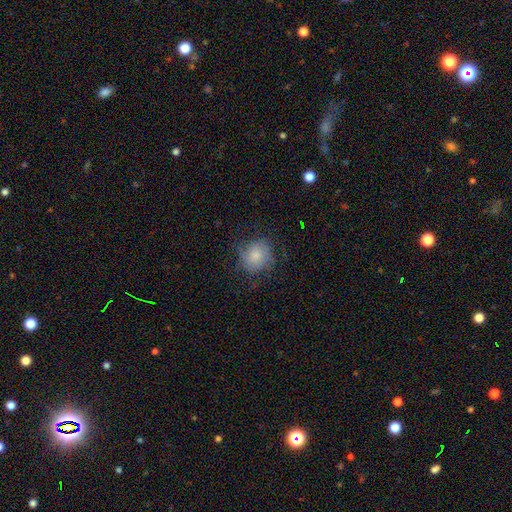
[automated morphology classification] type=smooth (74%); roundness=round (80%); merging=none (63%).